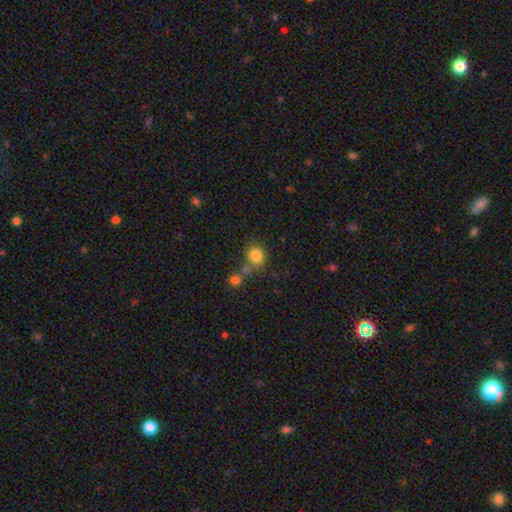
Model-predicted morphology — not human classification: The model was most divided on "merging": none: 62%, merger: 22%, minor disturbance: 12%, major disturbance: 5%. More confident: how rounded — round (83%); smooth or featured — smooth (83%).